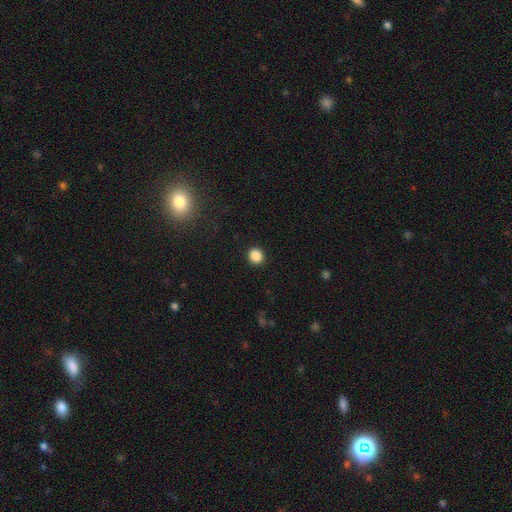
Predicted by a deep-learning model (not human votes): A smooth galaxy with no disk features (87%) that is round (83%). Merging: none (92%).